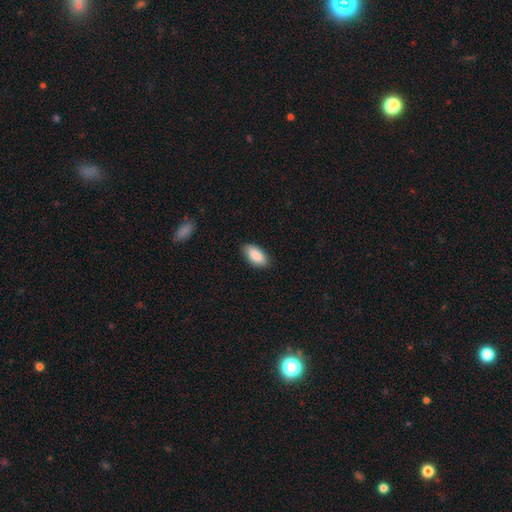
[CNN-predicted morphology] A smooth galaxy with no disk features (88%) that is in between round and cigar-shaped (93%). Merging: none (86%).